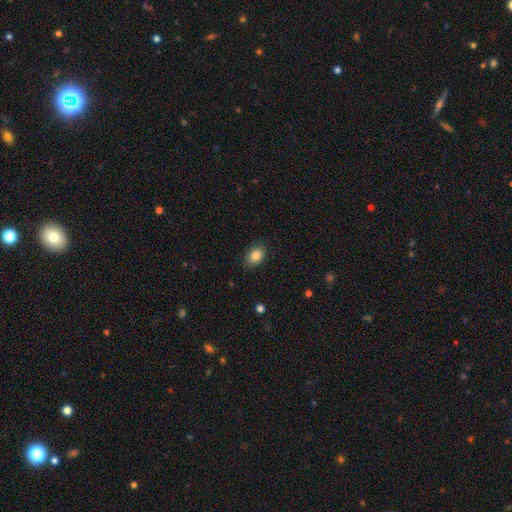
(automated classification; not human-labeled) Smooth or featured? Predicted: smooth (p=0.85). How rounded? Predicted: in between (p=0.80). Merging? Predicted: none (p=0.82).